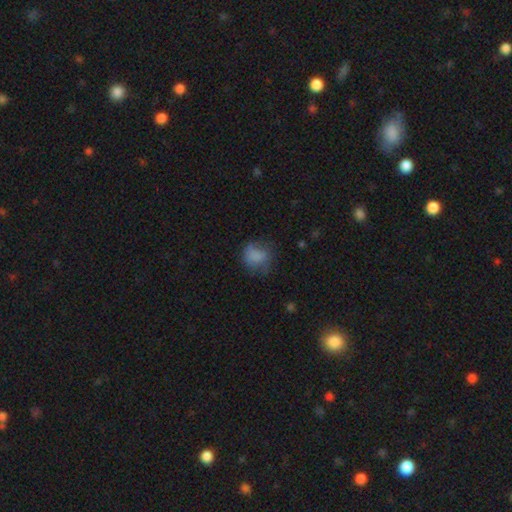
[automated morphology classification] A smooth galaxy with no disk features (75%) that is round (63%). Merging: none (52%).